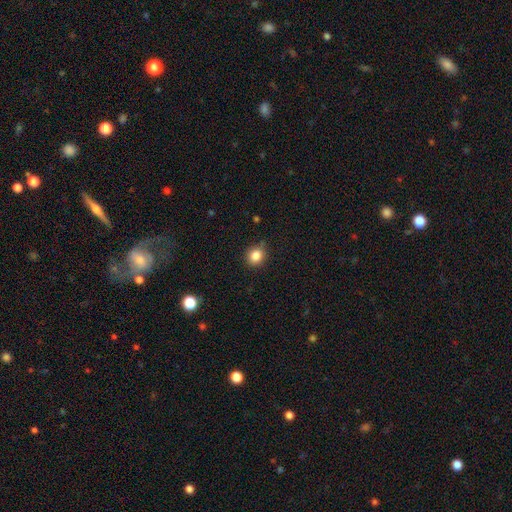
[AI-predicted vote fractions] Morphology: type=smooth (84%); roundness=round (79%); merging=none (81%).